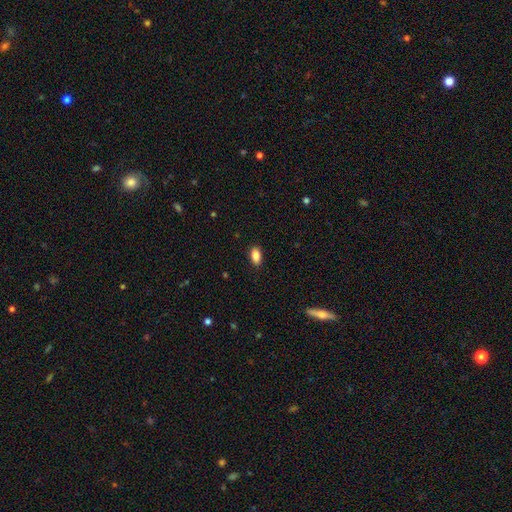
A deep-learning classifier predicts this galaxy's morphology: Overall: smooth (87%). How rounded: in between (91%). Merging: none (88%).